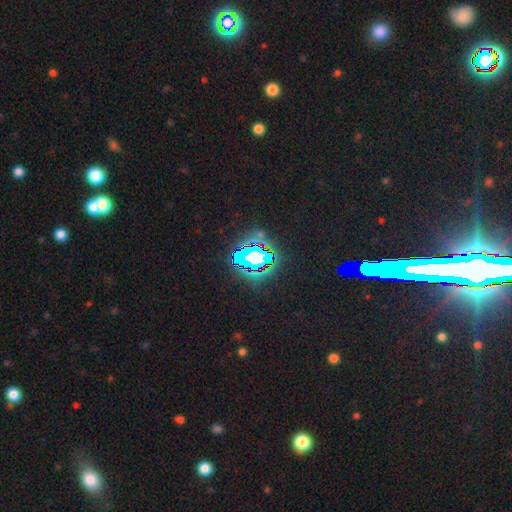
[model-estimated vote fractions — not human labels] Smooth or featured? star or artifact (66%)